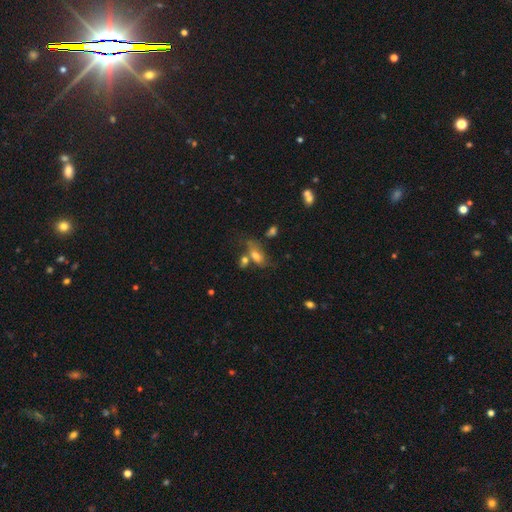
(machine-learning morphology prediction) smooth_or_featured: smooth (p=0.64) [alt: featured or disk p=0.25]
how_rounded: in between (p=0.82) [alt: cigar-shaped p=0.10]
merging: none (p=0.38) [alt: merger p=0.30]